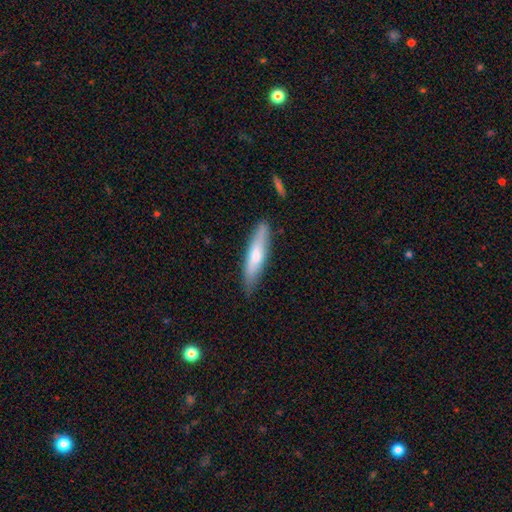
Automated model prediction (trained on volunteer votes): smooth 64%, featured or disk 30%, star or artifact 6%. Down the decision tree: how rounded — cigar-shaped (81%); merging — none (82%).